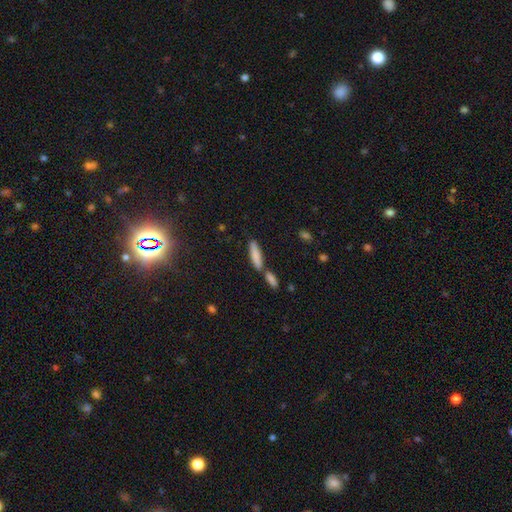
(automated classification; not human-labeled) smooth 81%, featured or disk 12%, star or artifact 7%. Down the decision tree: how rounded — cigar-shaped (70%); merging — none (59%).